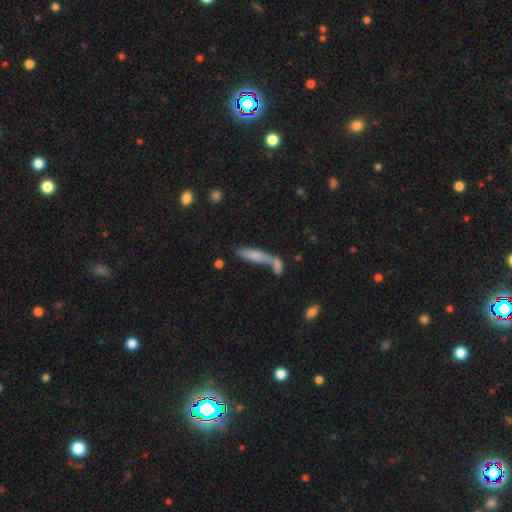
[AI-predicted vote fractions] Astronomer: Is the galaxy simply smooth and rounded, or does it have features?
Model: smooth — 68%.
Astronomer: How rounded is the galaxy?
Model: cigar-shaped — 71%.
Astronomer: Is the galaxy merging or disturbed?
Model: merger — 47% (runner-up: none, 32%).